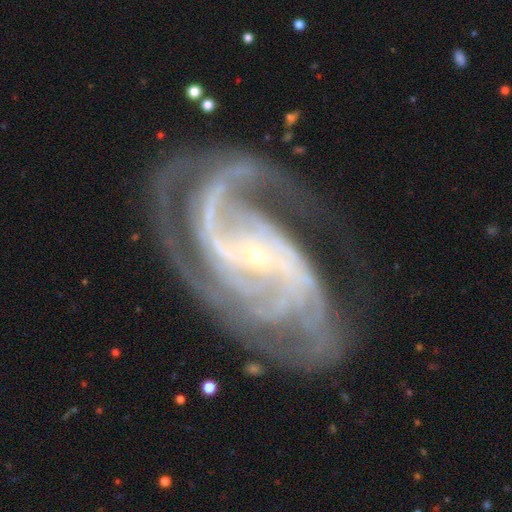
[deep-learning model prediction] This appears to be a featured or disk galaxy (92%) with a strong bar (34%), 3 (30%) medium (49%) spiral arms (98%) and a small central bulge (88%). Merging: none (60%).